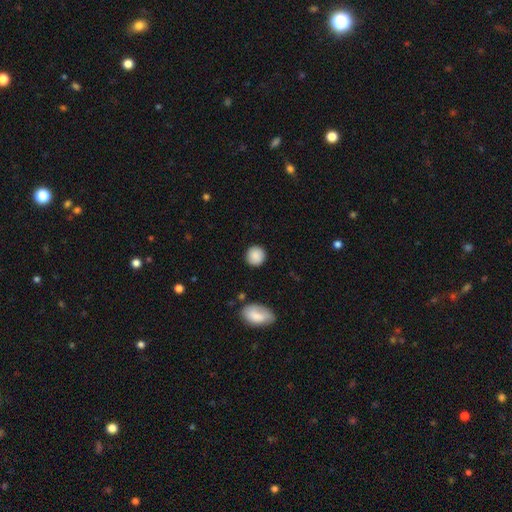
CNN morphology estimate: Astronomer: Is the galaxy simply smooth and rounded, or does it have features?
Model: smooth — 88%.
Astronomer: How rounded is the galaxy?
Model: round — 89%.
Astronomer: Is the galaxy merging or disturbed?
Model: none — 88%.